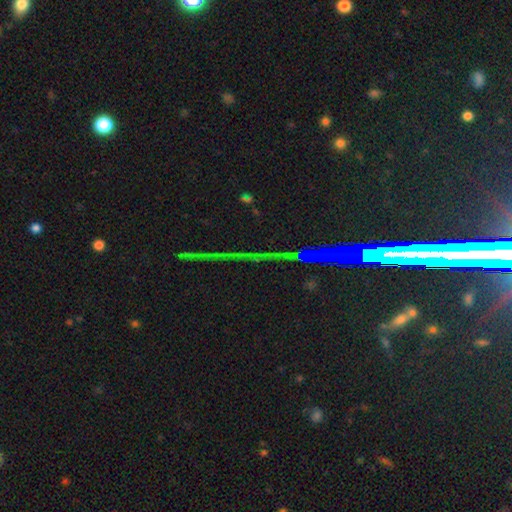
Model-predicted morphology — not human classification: Smooth or featured: star or artifact — 72% (featured or disk — 17%)